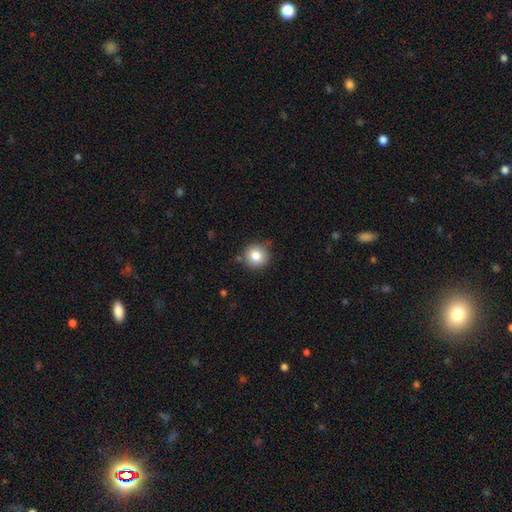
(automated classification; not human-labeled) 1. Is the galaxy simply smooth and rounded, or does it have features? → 81% smooth, 10% star or artifact, 9% featured or disk.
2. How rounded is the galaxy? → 92% round, 7% in between, 1% cigar-shaped.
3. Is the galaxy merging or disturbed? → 83% none, 12% minor disturbance, 3% major disturbance, 3% merger.